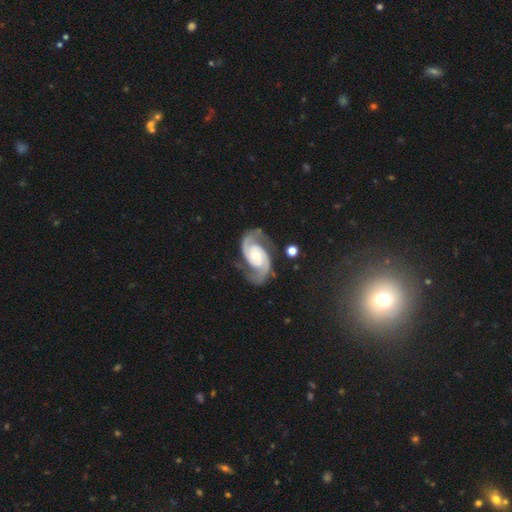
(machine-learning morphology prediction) type=featured or disk (93%); edge-on=no (98%); bar=no (64%); spiral arms=yes (98%); winding=medium (52%); arm count=2 (94%); bulge=moderate (56%); merging=none (77%).